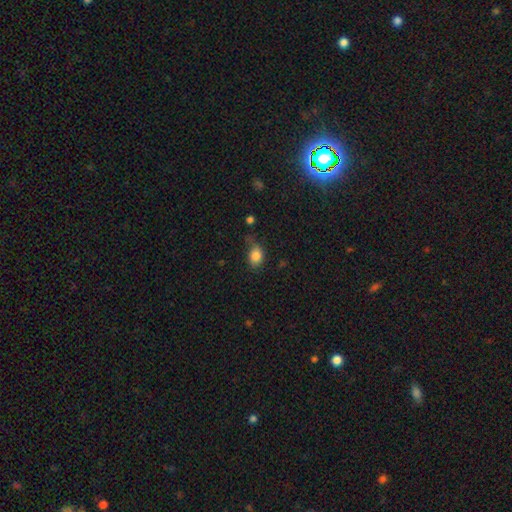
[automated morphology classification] Smooth or featured: smooth — 84% (star or artifact — 10%)
How rounded: in between — 61% (round — 37%)
Merging: none — 55% (minor disturbance — 31%)